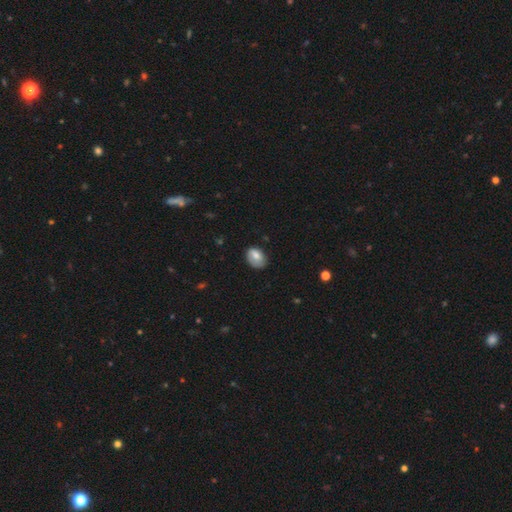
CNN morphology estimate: type=smooth (75%); roundness=in between (76%); merging=none (63%).